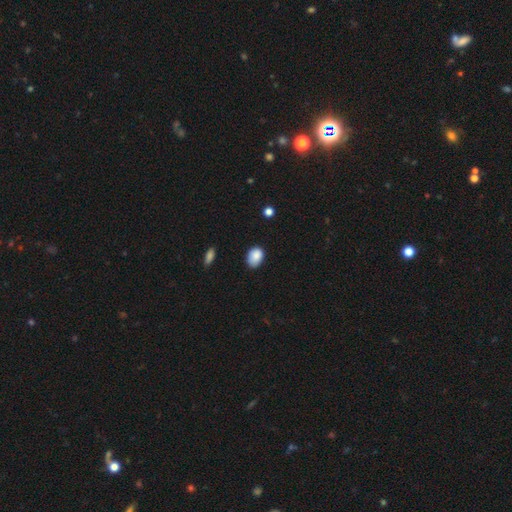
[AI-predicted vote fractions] smooth 87%, star or artifact 8%, featured or disk 5%. Down the decision tree: how rounded — in between (74%); merging — none (71%).